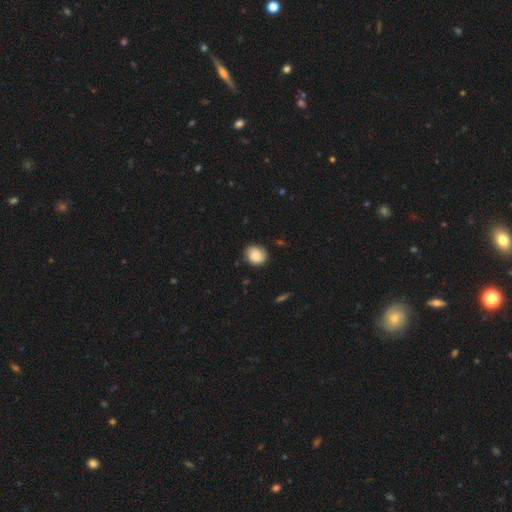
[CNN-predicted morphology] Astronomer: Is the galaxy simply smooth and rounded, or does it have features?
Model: smooth — 79%.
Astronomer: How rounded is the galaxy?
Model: round — 65%.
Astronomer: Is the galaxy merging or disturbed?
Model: none — 76%.